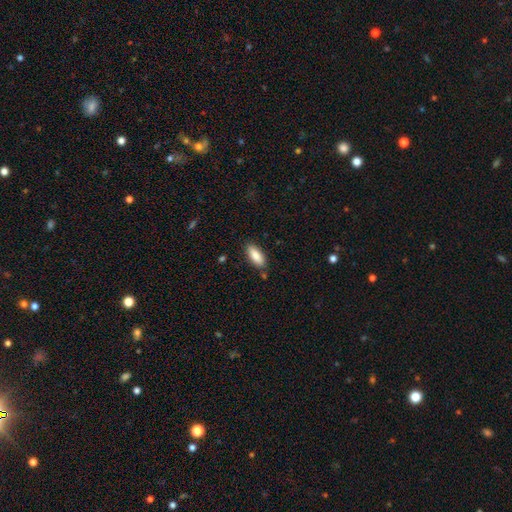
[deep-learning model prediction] smooth 85%, featured or disk 9%, star or artifact 6%. Down the decision tree: how rounded — in between (77%); merging — none (83%).